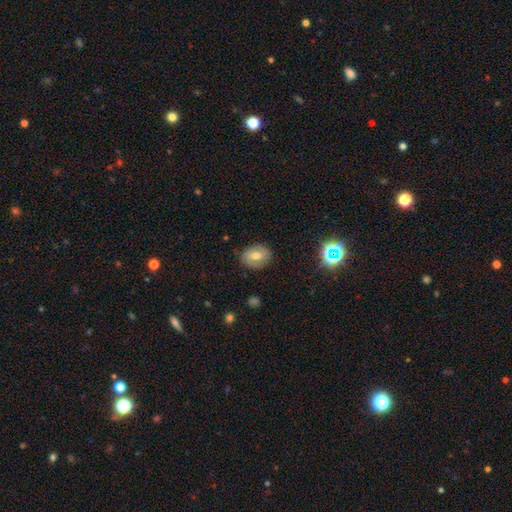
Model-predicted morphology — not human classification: The model was most divided on "smooth or featured": smooth: 57%, featured or disk: 32%, star or artifact: 11%. More confident: merging — none (82%); how rounded — in between (65%).